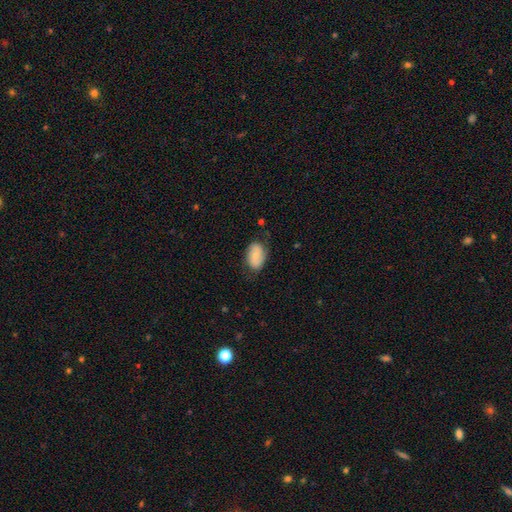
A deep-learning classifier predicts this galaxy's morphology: This is likely a smooth galaxy (64%). How rounded: clearly in between (90%). Merging: likely none (69%).